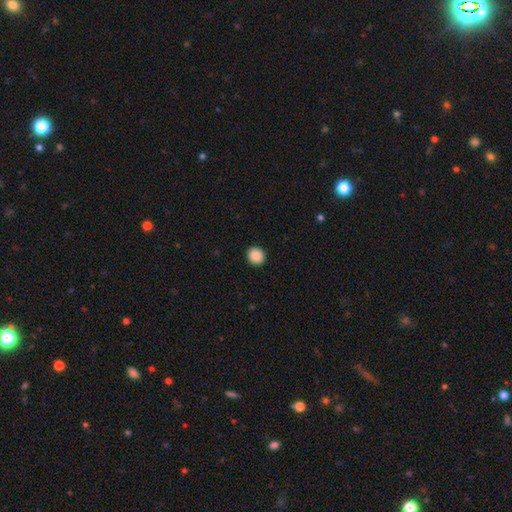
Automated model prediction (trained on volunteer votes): Smooth or featured? smooth (89%)
How rounded? round (85%)
Merging? none (93%)